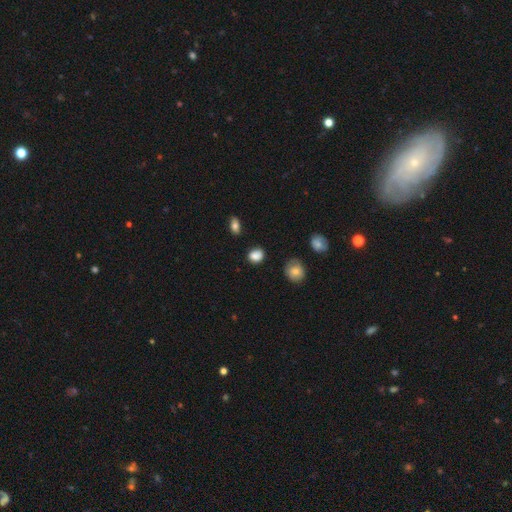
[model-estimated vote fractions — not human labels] The model was most divided on "how rounded": round: 51%, in between: 48%, cigar-shaped: 1%. More confident: smooth or featured — smooth (85%); merging — none (80%).